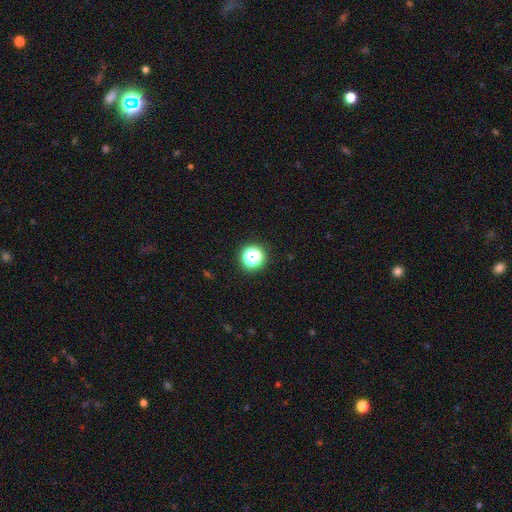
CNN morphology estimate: Smooth or featured: smooth — 47% (star or artifact — 44%)
Merging: none — 79% (minor disturbance — 10%)